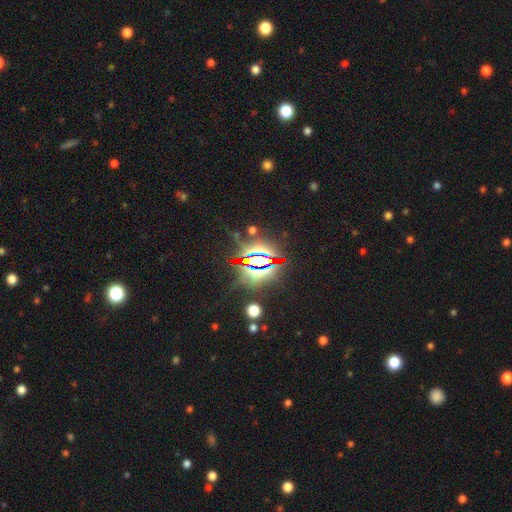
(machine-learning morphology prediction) star or artifact 86%, smooth 7%, featured or disk 7%.